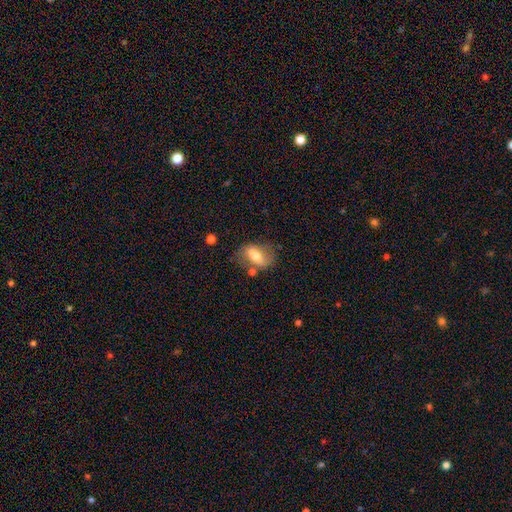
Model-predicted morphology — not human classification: The model was most divided on "smooth or featured": smooth: 52%, featured or disk: 40%, star or artifact: 8%. More confident: how rounded — in between (81%); merging — none (54%).